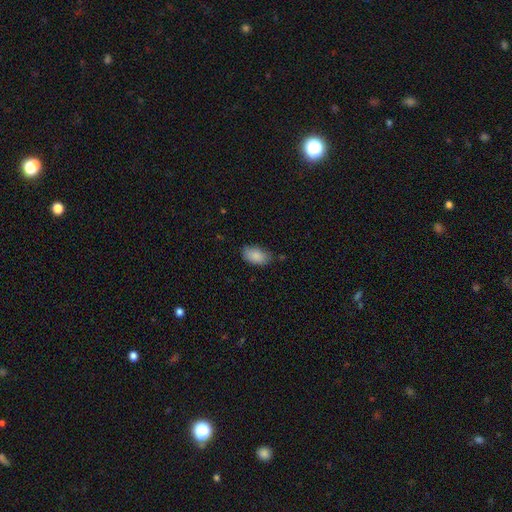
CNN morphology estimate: Smooth or featured: smooth — 87% (star or artifact — 7%)
How rounded: in between — 94% (round — 4%)
Merging: none — 75% (minor disturbance — 20%)